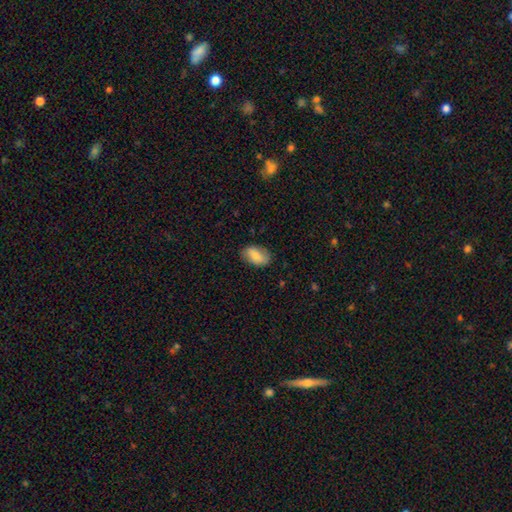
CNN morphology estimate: Smooth or featured: smooth — 80% (featured or disk — 14%)
How rounded: in between — 92% (round — 6%)
Merging: none — 83% (minor disturbance — 13%)